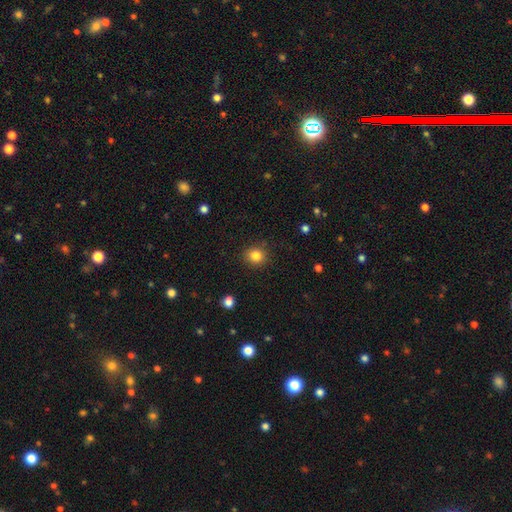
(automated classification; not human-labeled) This is clearly a smooth galaxy (84%). How rounded: likely round (79%). Merging: clearly none (87%).